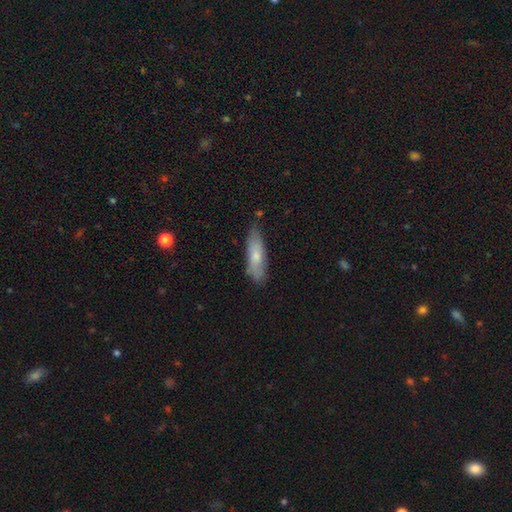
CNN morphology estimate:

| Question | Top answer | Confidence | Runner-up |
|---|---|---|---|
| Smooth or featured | smooth | 67% | featured or disk (27%) |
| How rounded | cigar-shaped | 54% | in between (44%) |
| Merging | none | 70% | minor disturbance (23%) |